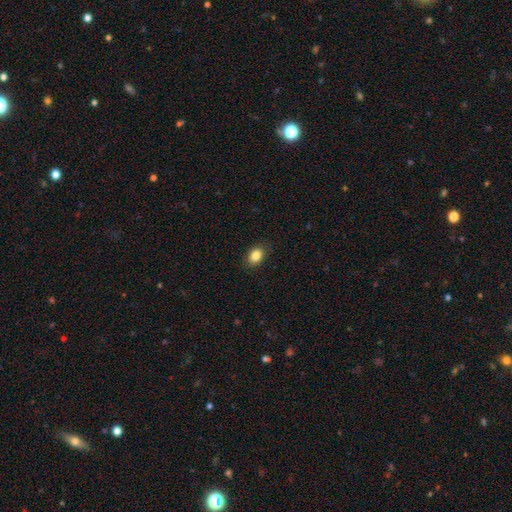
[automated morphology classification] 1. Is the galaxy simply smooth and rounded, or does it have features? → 85% smooth, 9% star or artifact, 6% featured or disk.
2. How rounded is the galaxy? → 71% in between, 28% round, 1% cigar-shaped.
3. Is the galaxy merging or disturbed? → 88% none, 9% minor disturbance, 2% major disturbance, 1% merger.